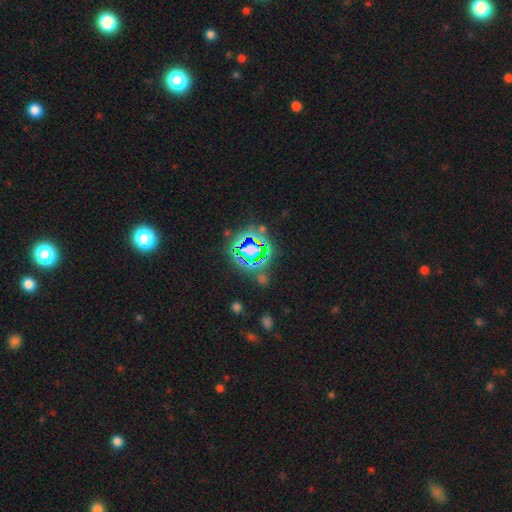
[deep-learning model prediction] smooth-or-featured: star or artifact: 81% | smooth: 12% | featured or disk: 7%